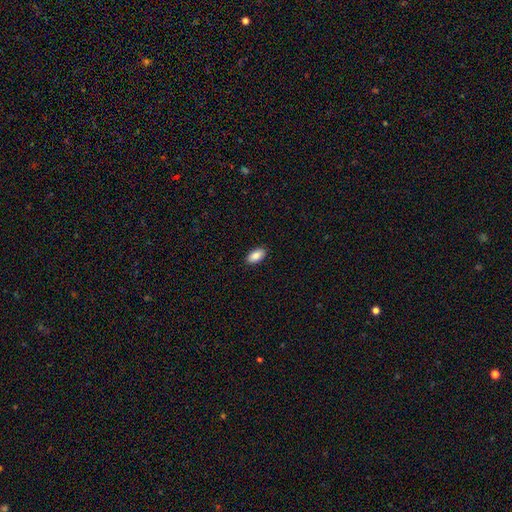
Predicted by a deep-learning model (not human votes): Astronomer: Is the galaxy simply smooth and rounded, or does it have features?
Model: smooth — 88%.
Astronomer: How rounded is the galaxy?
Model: in between — 94%.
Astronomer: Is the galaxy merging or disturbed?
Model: none — 90%.